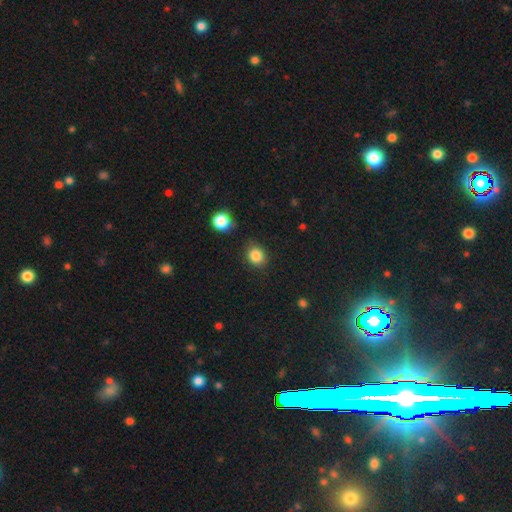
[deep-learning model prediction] A smooth galaxy with no disk features (85%) that is round (67%). Merging: none (82%).